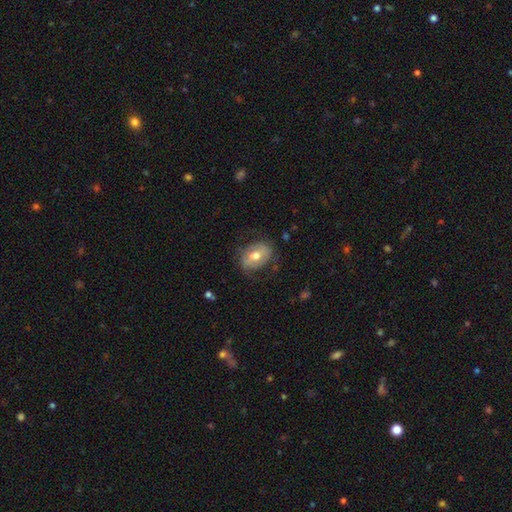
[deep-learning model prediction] Smooth or featured? smooth (47%)
Merging? none (67%)